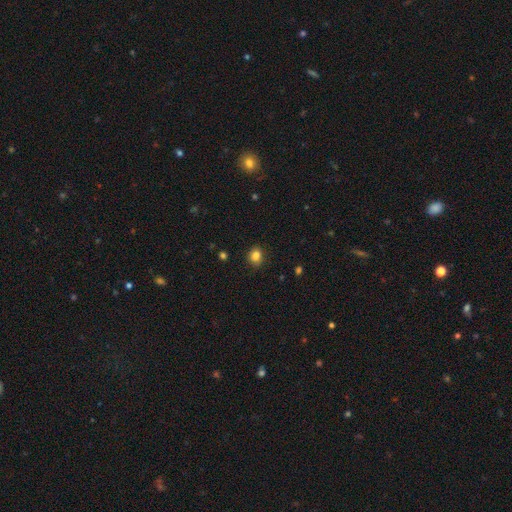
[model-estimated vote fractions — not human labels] A smooth galaxy with no disk features (84%) that is round (60%).

Vote fractions:
- Smooth or featured? smooth: 84% / star or artifact: 11% / featured or disk: 5%
- How rounded? round: 60% / in between: 39% / cigar-shaped: 1%
- Merging? none: 85% / minor disturbance: 11% / major disturbance: 3% / merger: 1%